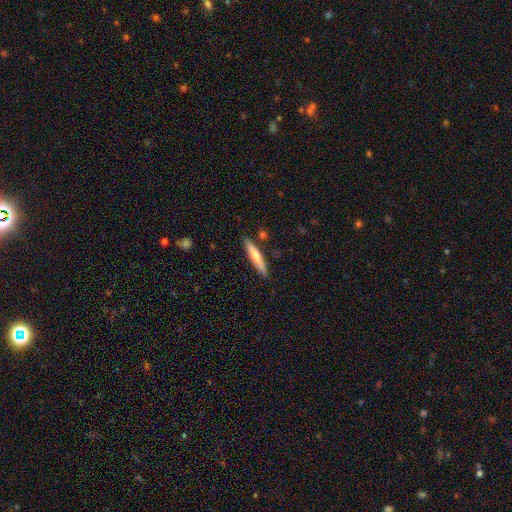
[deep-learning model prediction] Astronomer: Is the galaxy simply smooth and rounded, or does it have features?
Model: smooth — 64%.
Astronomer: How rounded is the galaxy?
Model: cigar-shaped — 90%.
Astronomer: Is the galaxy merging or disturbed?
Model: none — 86%.